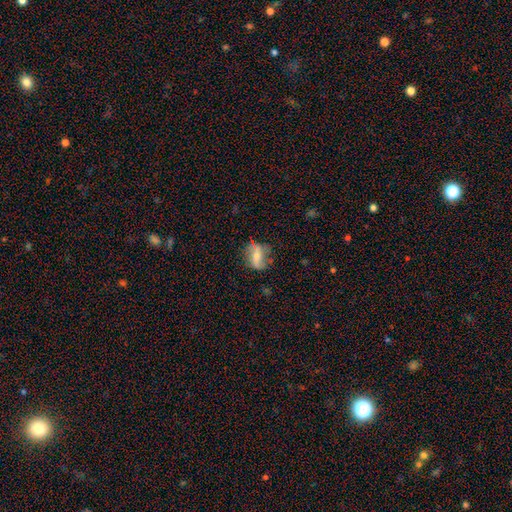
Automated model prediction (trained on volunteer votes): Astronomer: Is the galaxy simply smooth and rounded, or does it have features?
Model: featured or disk — 59%.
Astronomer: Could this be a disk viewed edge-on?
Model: no — 88%.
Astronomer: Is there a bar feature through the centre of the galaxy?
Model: strong — 45% (runner-up: weak, 28%).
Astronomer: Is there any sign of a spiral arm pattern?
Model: yes — 70%.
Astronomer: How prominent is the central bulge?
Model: small — 46% (runner-up: moderate, 45%).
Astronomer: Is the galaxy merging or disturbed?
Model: none — 66%.